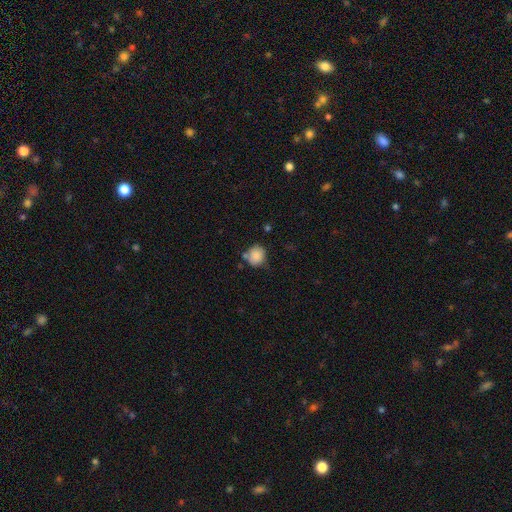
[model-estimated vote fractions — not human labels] This appears to be a smooth galaxy with no disk features (86%) that is round (83%). Merging: none (63%).